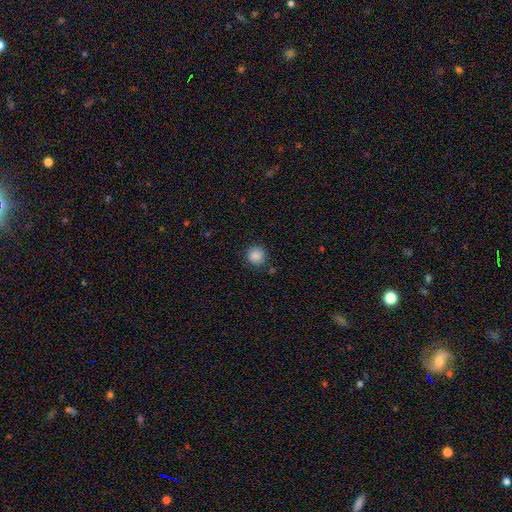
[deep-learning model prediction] A smooth galaxy with no disk features (87%) that is round (92%). Merging: none (87%).